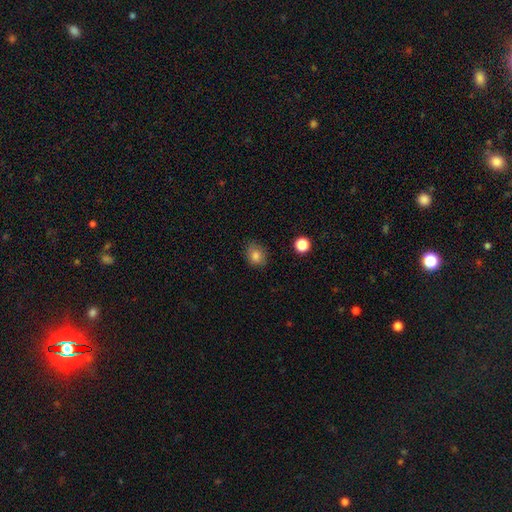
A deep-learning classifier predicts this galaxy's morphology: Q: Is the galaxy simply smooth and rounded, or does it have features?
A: smooth — 82%.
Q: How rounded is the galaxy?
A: round — 57%.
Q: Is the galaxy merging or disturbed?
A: none — 80%.